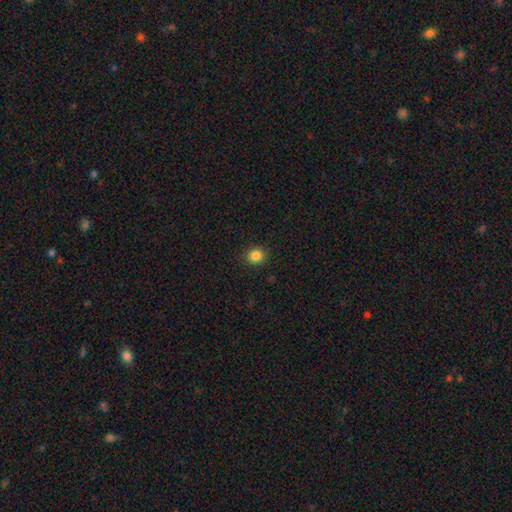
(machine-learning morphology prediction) A smooth galaxy with no disk features (84%) that is round (85%). Merging: none (91%).